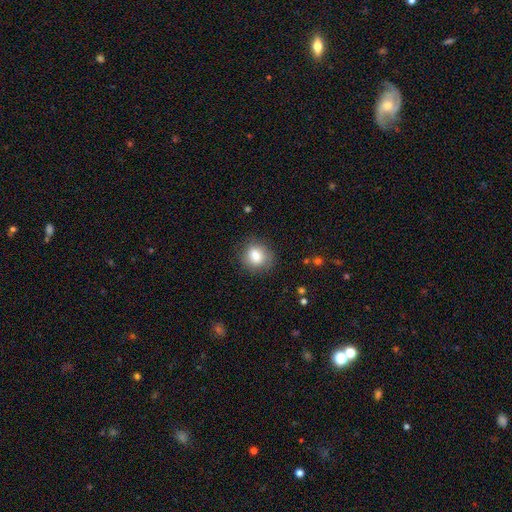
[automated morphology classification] Q: Smooth or featured?
A: smooth (81%); runner-up: featured or disk (10%)
Q: How rounded?
A: round (75%); runner-up: in between (24%)
Q: Merging?
A: none (82%); runner-up: minor disturbance (13%)